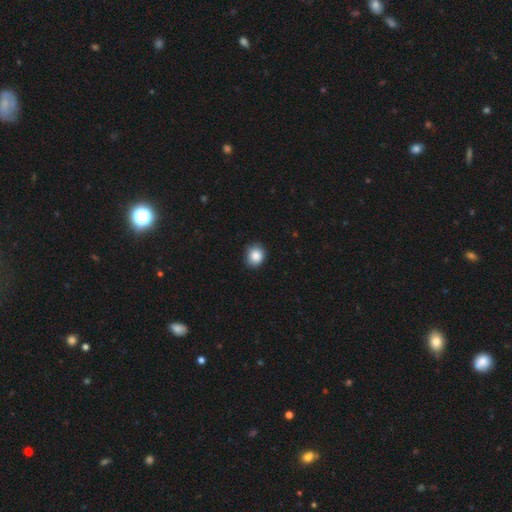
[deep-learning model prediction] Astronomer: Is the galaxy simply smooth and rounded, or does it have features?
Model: smooth — 87%.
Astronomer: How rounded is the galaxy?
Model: round — 73%.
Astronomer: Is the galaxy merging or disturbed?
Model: none — 84%.